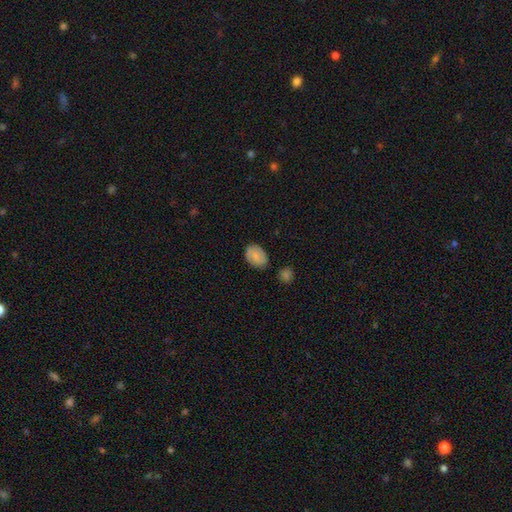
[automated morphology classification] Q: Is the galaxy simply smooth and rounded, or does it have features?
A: smooth — 71%.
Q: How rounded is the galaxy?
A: in between — 78%.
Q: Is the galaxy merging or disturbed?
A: none — 75%.